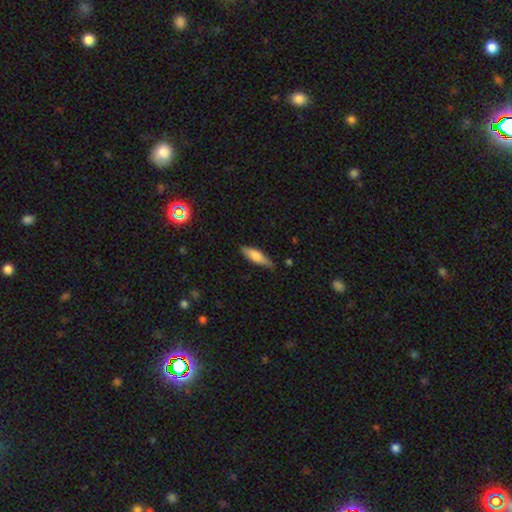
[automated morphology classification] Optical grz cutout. It shows a smooth galaxy with no disk features (70%) that is cigar-shaped (58%). Merging: none (79%).